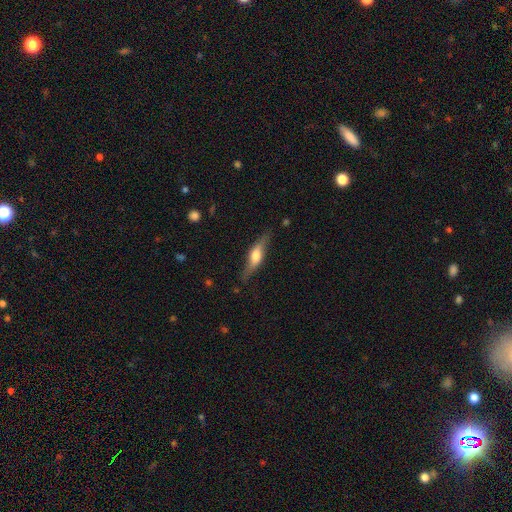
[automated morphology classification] Smooth or featured: featured or disk — 56% (smooth — 38%)
Edge-on disk: yes — 84% (no — 16%)
Merging: none — 78% (minor disturbance — 17%)